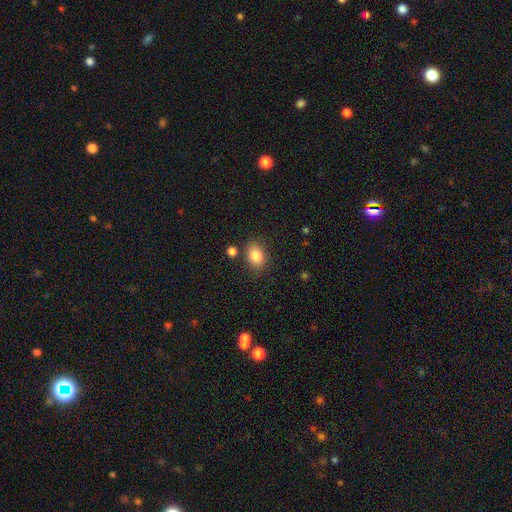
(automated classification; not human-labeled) The model was most divided on "how rounded": in between: 71%, round: 28%, cigar-shaped: 1%. More confident: smooth or featured — smooth (84%); merging — none (80%).